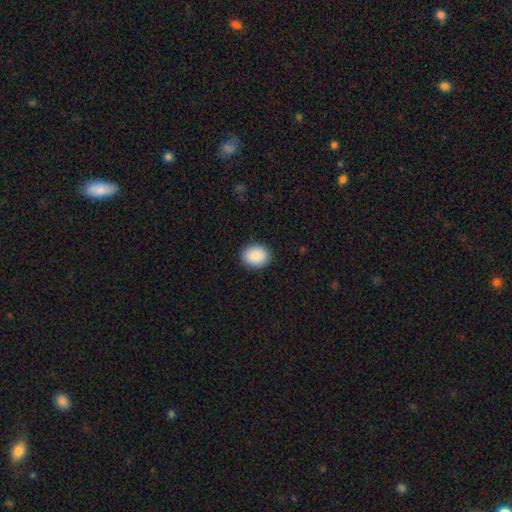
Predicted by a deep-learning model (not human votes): smooth-or-featured: smooth: 91% | star or artifact: 7% | featured or disk: 3%
  how-rounded: in between: 52% | round: 48% | cigar-shaped: 1%
  merging: none: 90% | minor disturbance: 7% | major disturbance: 2% | merger: 1%